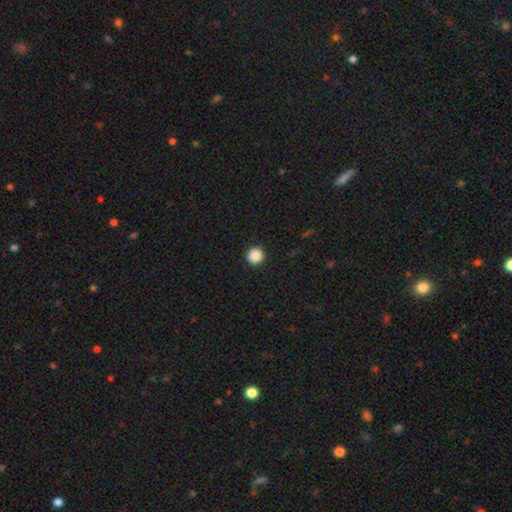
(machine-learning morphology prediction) Overall: smooth (88%). How rounded: round (96%). Merging: none (94%).